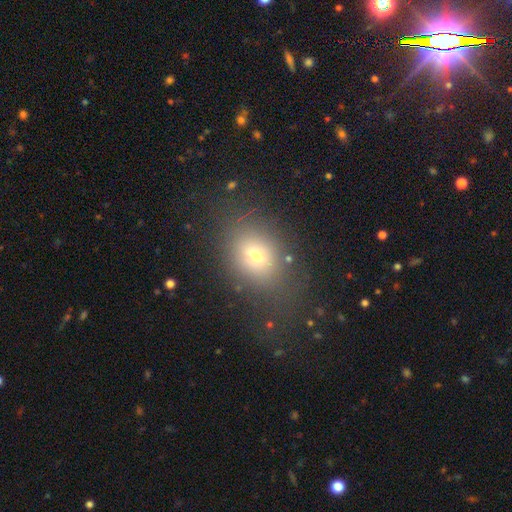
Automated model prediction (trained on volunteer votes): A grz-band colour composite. It shows a smooth galaxy with no disk features (66%) that is in between round and cigar-shaped (64%). Merging: none (67%).